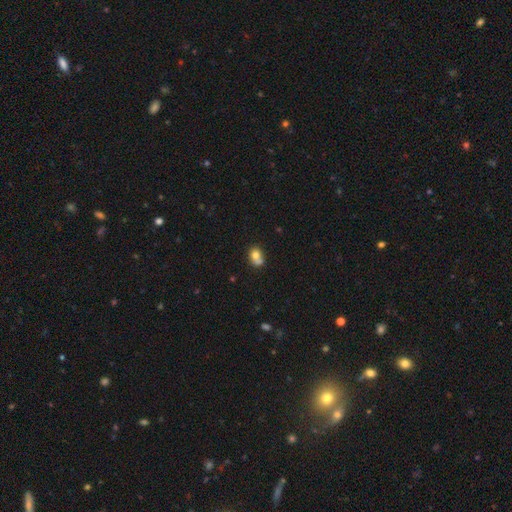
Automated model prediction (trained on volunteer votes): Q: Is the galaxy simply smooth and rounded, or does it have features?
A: smooth — 73%.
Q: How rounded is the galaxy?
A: round — 53%.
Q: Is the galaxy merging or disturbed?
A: merger — 40%.